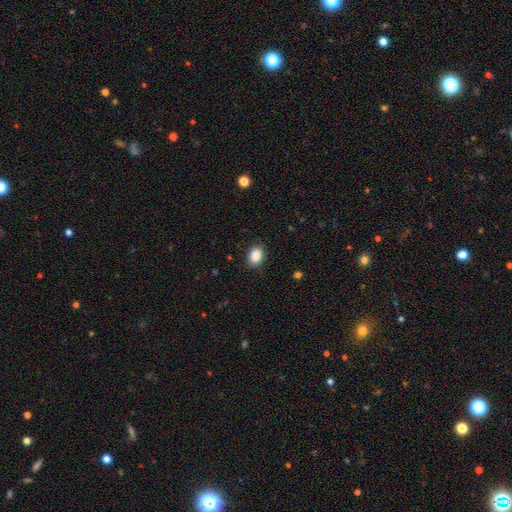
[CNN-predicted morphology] smooth_or_featured: smooth (p=0.88) [alt: star or artifact p=0.08]
how_rounded: in between (p=0.75) [alt: round p=0.24]
merging: none (p=0.87) [alt: minor disturbance p=0.09]